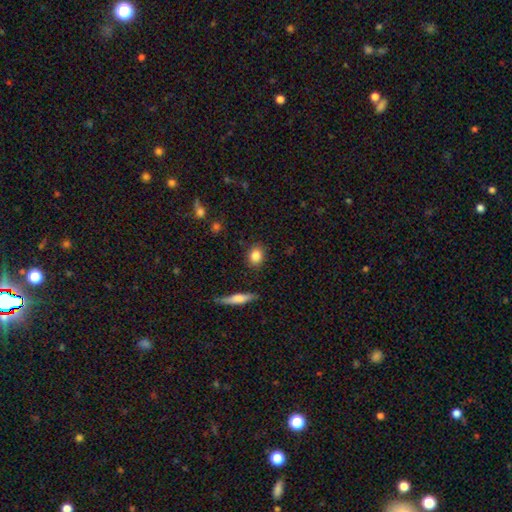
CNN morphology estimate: Q: Smooth or featured?
A: smooth (84%); runner-up: star or artifact (8%)
Q: How rounded?
A: round (54%); runner-up: in between (43%)
Q: Merging?
A: none (88%); runner-up: minor disturbance (8%)